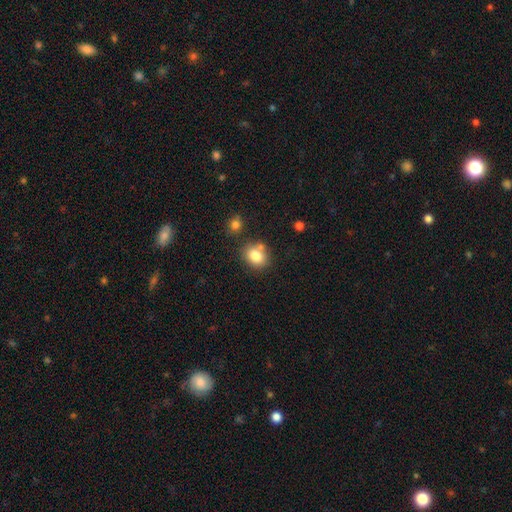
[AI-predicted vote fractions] Overall: smooth (81%). How rounded: round (59%; in between 40%). Merging: none (67%).